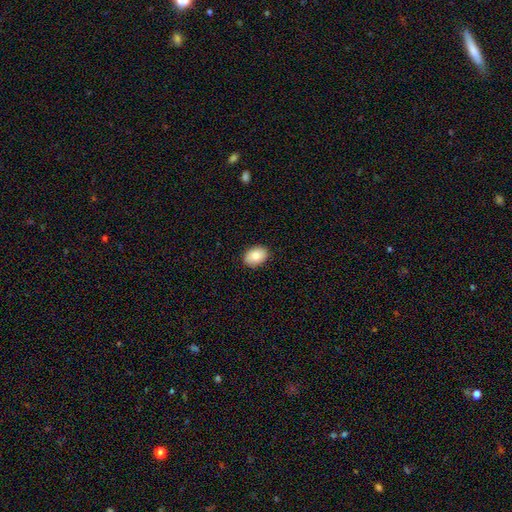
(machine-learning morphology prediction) This is clearly a smooth galaxy (83%). How rounded: likely in between (78%). Merging: clearly none (88%).